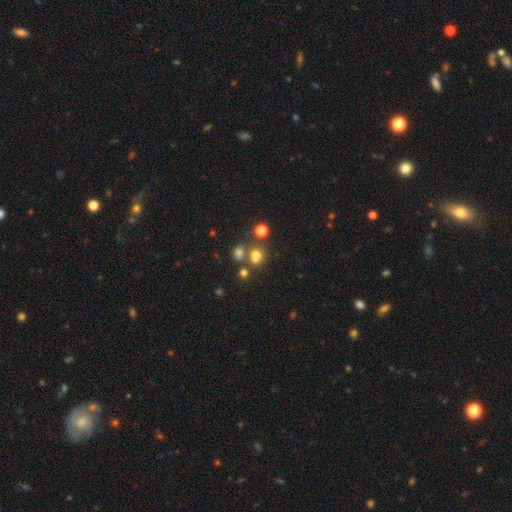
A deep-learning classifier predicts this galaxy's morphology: This appears to be a smooth galaxy with no disk features (64%) that is round (72%). Merging: none (49%).